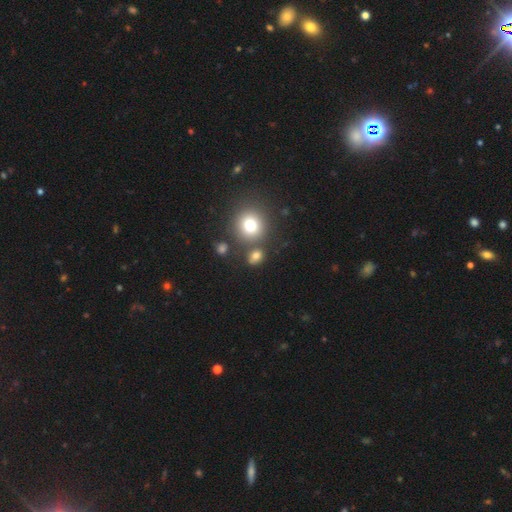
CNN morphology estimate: This appears to be a smooth galaxy with no disk features (74%) that is round (65%). Merging: none (70%).